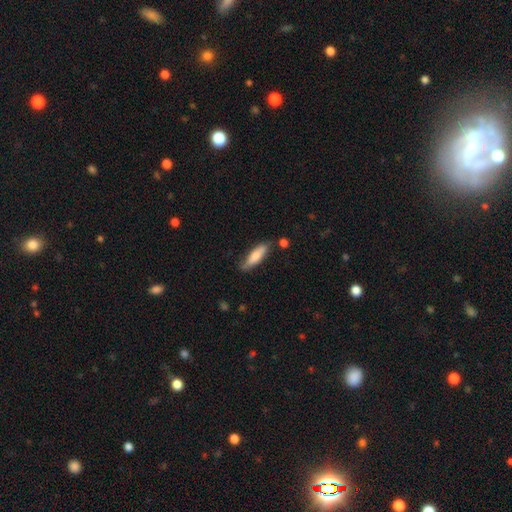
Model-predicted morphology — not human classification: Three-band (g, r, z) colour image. It shows a smooth galaxy with no disk features (72%) that is cigar-shaped (62%). Merging: none (72%).